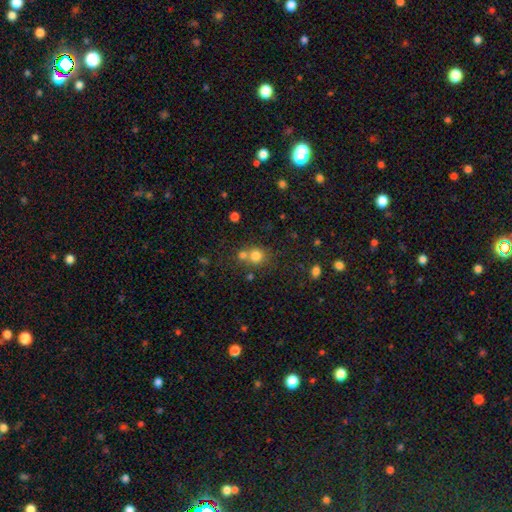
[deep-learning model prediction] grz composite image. It shows a smooth galaxy with no disk features (76%) that is round (86%). Merging: none (50%).